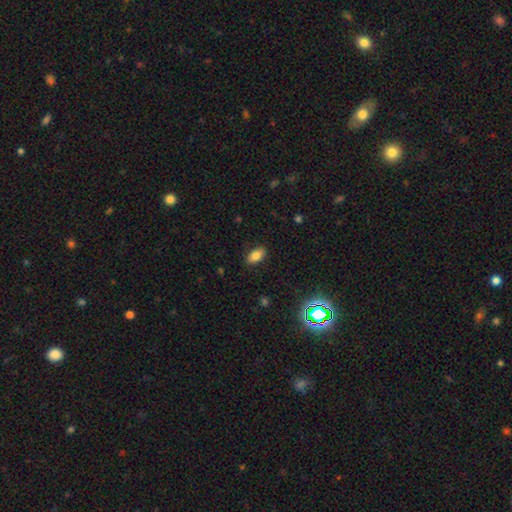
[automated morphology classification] smooth-or-featured: smooth: 80% | star or artifact: 11% | featured or disk: 9%
  how-rounded: in between: 91% | round: 5% | cigar-shaped: 4%
  merging: none: 87% | minor disturbance: 9% | major disturbance: 2% | merger: 1%